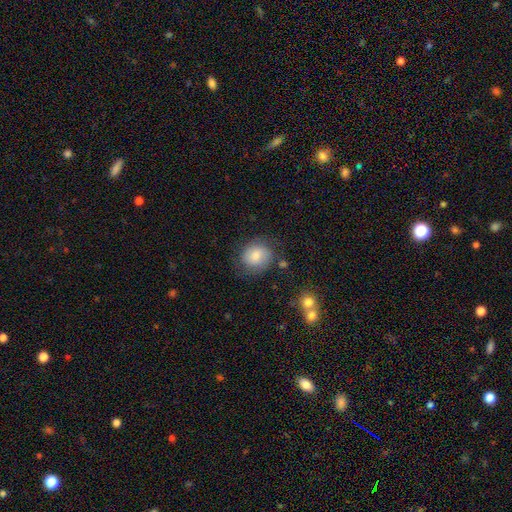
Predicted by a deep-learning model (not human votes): smooth_or_featured: smooth (p=0.75) [alt: featured or disk p=0.17]
how_rounded: round (p=0.72) [alt: in between p=0.28]
merging: none (p=0.71) [alt: minor disturbance p=0.19]